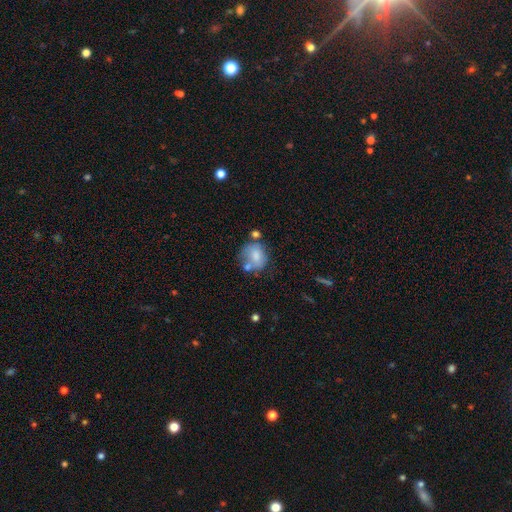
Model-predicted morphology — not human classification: This appears to be a smooth galaxy with no disk features (68%) that is round (62%). Merging: none (42%).